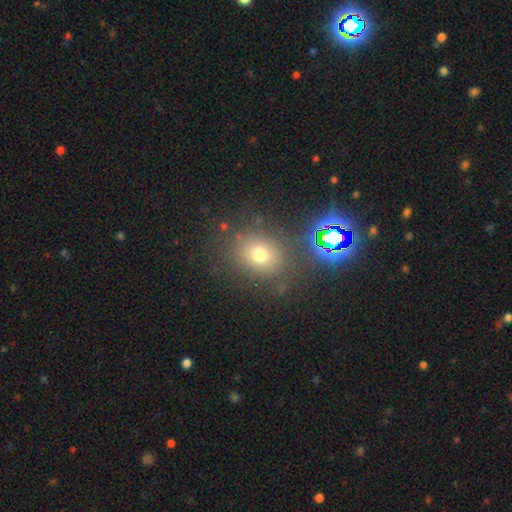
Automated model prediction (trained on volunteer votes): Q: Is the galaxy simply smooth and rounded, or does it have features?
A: smooth — 60%.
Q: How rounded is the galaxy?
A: round — 64%.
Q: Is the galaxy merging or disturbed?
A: none — 81%.